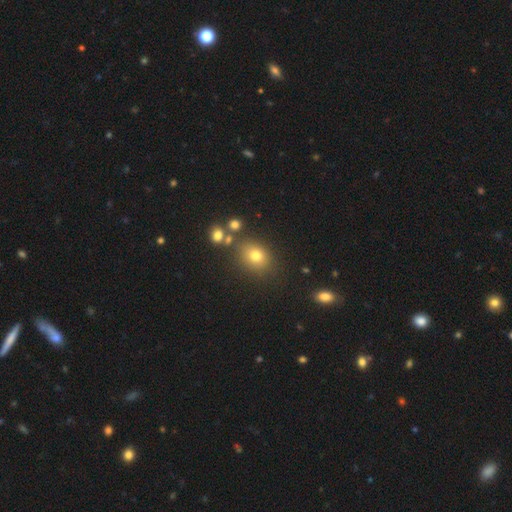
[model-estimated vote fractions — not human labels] Overall: smooth (74%). How rounded: round (53%; in between 45%). Merging: none (76%).